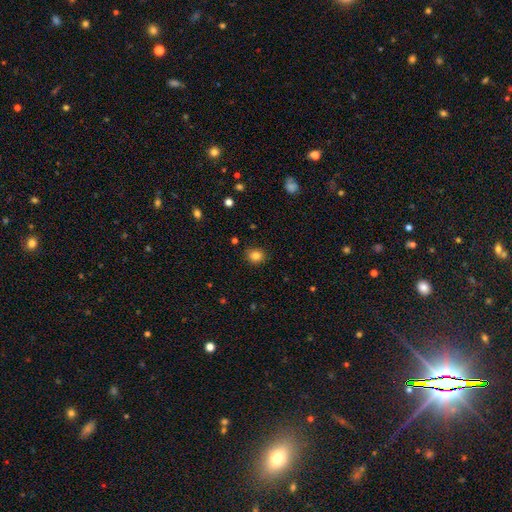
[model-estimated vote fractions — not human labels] Morphology: type=smooth (83%); roundness=round (82%); merging=none (85%).